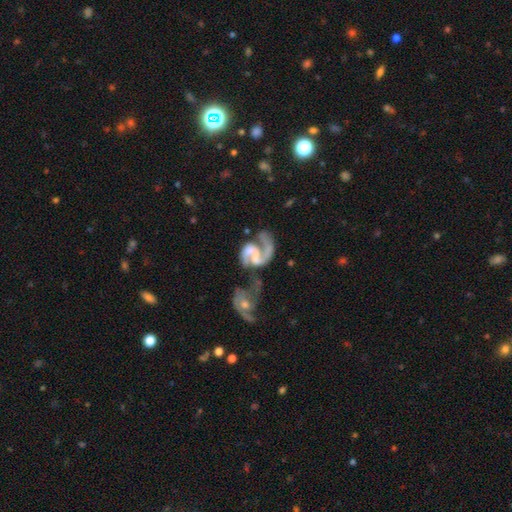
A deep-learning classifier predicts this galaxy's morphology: Smooth or featured?
  - featured or disk: 86% *
  - smooth: 8%
  - star or artifact: 6%
Edge-on disk?
  - no: 98% *
  - yes: 2%
Bar?
  - no: 43% *
  - weak: 40%
  - strong: 17%
Spiral arms?
  - yes: 93% *
  - no: 7%
Spiral winding?
  - medium: 46% *
  - loose: 41%
  - tight: 14%
Spiral arm count?
  - 2: 76% *
  - 1: 16%
  - can't tell: 4%
  - 3: 2%
  - 4: 1%
  - more than 4: 1%
Bulge size?
  - none: 40% *
  - small: 29%
  - moderate: 23%
  - large: 6%
  - dominant: 2%
Merging?
  - merger: 46% *
  - major disturbance: 21%
  - none: 21%
  - minor disturbance: 12%